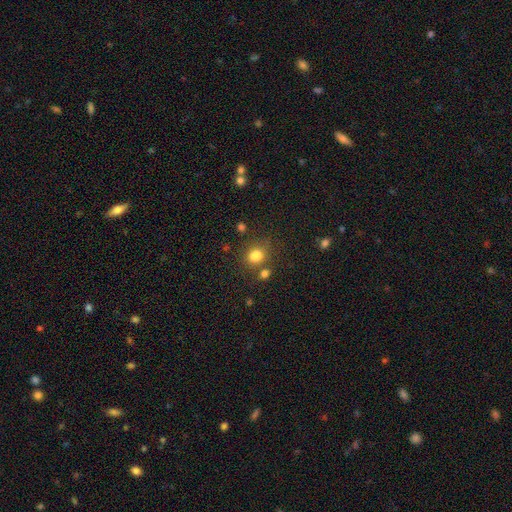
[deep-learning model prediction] This appears to be a smooth galaxy with no disk features (80%) that is round (62%). Merging: none (67%).